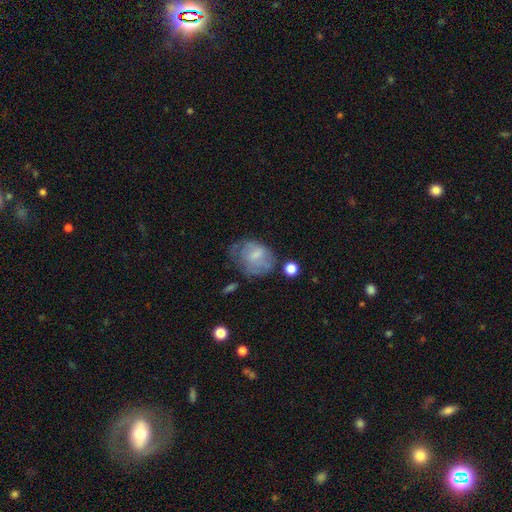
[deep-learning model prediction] Smooth or featured? Predicted: smooth (p=0.51). How rounded? Predicted: in between (p=0.57). Merging? Predicted: none (p=0.40).